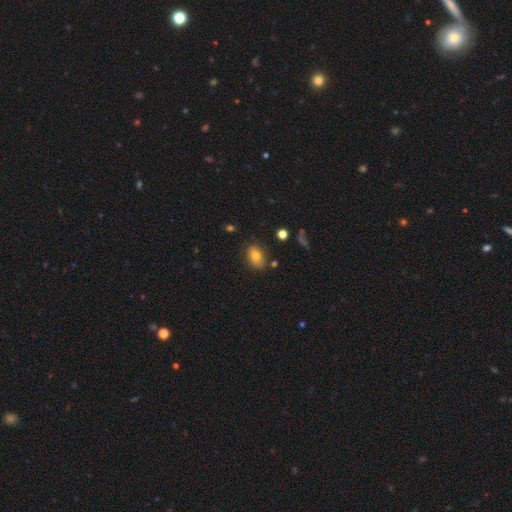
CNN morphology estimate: Overall: smooth (77%). How rounded: in between (84%). Merging: none (78%).